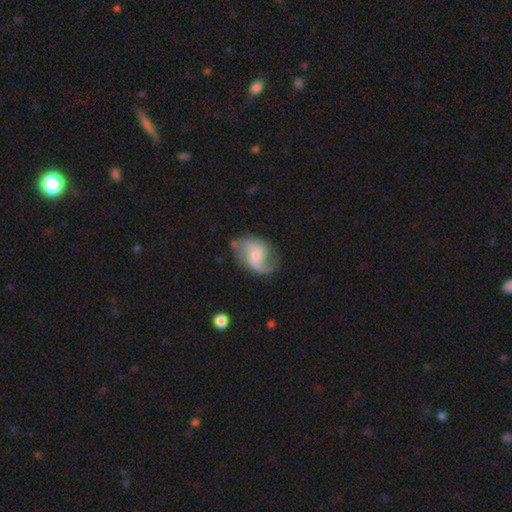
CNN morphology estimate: Smooth or featured: featured or disk — 76% (smooth — 18%)
Edge-on disk: no — 98% (yes — 2%)
Bar: weak — 52% (no — 37%)
Spiral arms: yes — 93% (no — 7%)
Spiral winding: loose — 53% (medium — 37%)
Spiral arm count: 2 — 77% (1 — 13%)
Bulge size: moderate — 43% (small — 39%)
Merging: none — 59% (minor disturbance — 24%)